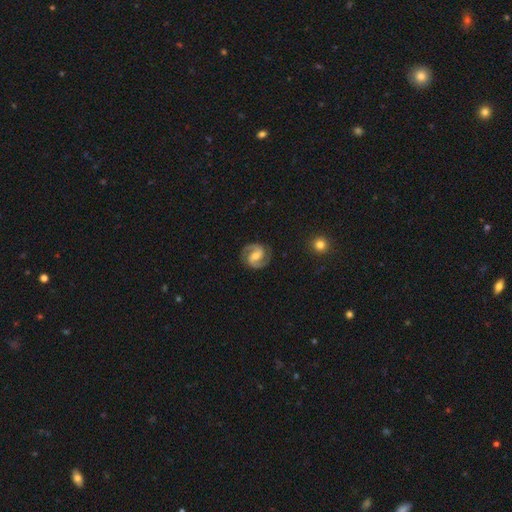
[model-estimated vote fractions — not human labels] smooth_or_featured: featured or disk (p=0.89) [alt: smooth p=0.06]
disk_edge_on: no (p=0.98) [alt: yes p=0.02]
bar: weak (p=0.44) [alt: strong p=0.37]
has_spiral_arms: yes (p=0.98) [alt: no p=0.02]
spiral_winding: medium (p=0.55) [alt: tight p=0.34]
spiral_arm_count: 2 (p=0.94) [alt: can't tell p=0.02]
bulge_size: moderate (p=0.57) [alt: small p=0.33]
merging: none (p=0.87) [alt: minor disturbance p=0.09]